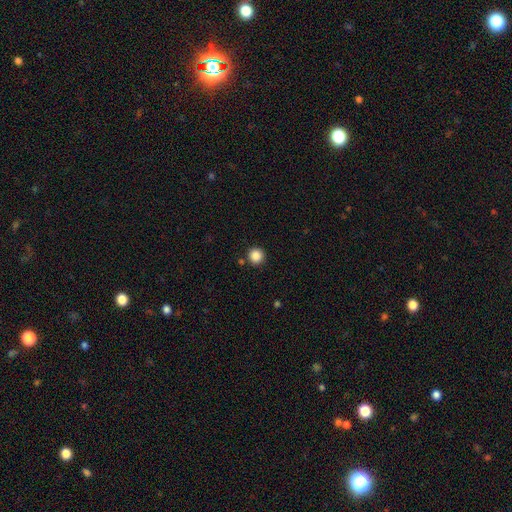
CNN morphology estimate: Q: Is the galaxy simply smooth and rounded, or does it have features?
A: smooth — 87%.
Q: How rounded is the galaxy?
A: round — 95%.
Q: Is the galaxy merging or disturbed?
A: none — 89%.